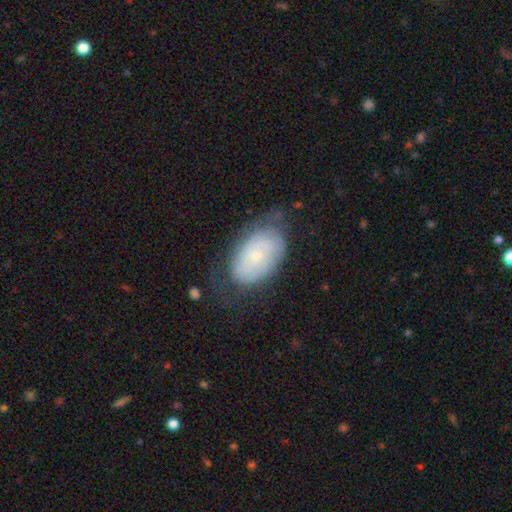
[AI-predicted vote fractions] Overall: smooth (49%; featured or disk 44%). Merging: none (56%; minor disturbance 28%).